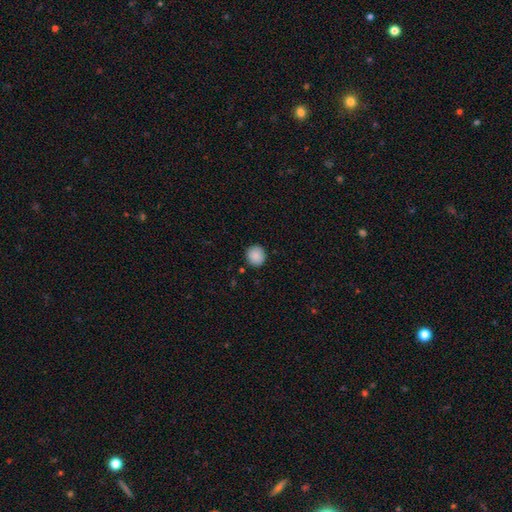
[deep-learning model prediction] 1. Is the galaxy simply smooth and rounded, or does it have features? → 89% smooth, 8% star or artifact, 3% featured or disk.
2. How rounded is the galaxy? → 91% round, 8% in between, 1% cigar-shaped.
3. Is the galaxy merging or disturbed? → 90% none, 7% minor disturbance, 2% major disturbance, 1% merger.